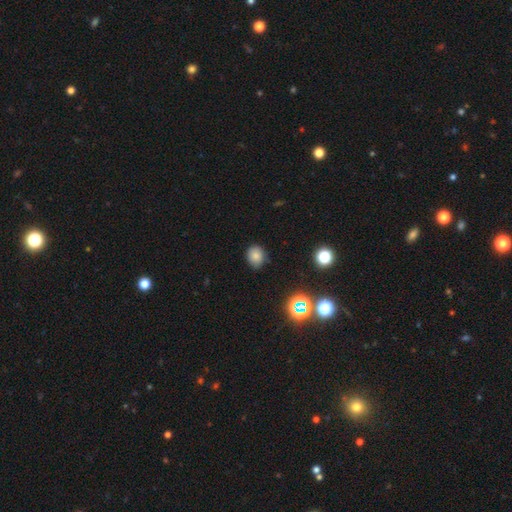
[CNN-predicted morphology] Smooth or featured? smooth (79%)
How rounded? round (54%)
Merging? none (83%)